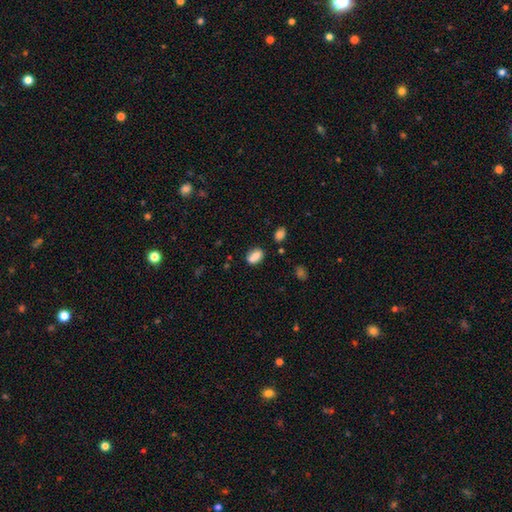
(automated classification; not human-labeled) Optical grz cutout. It shows a smooth galaxy with no disk features (77%) that is in between round and cigar-shaped (77%). Merging: none (49%).